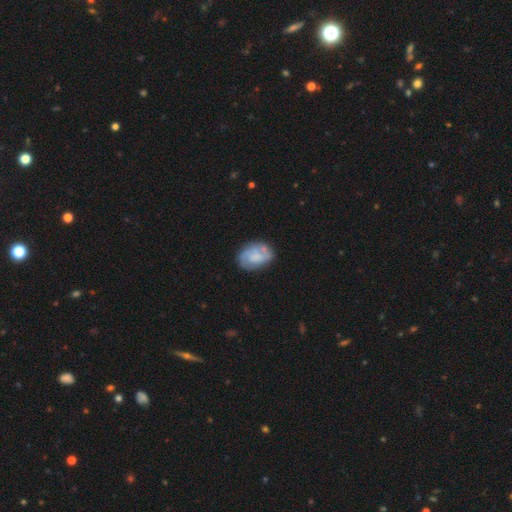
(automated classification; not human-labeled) A featured or disk galaxy (52%).

Vote fractions:
- Smooth or featured? featured or disk: 52% / smooth: 42% / star or artifact: 7%
- Edge-on disk? no: 97% / yes: 3%
- Merging? none: 67% / minor disturbance: 22% / major disturbance: 8% / merger: 3%